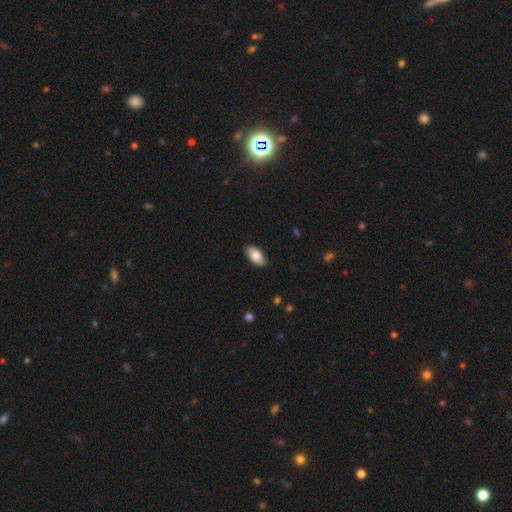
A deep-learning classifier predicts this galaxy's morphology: smooth_or_featured: smooth (p=0.82) [alt: featured or disk p=0.11]
how_rounded: in between (p=0.93) [alt: cigar-shaped p=0.04]
merging: none (p=0.87) [alt: minor disturbance p=0.10]